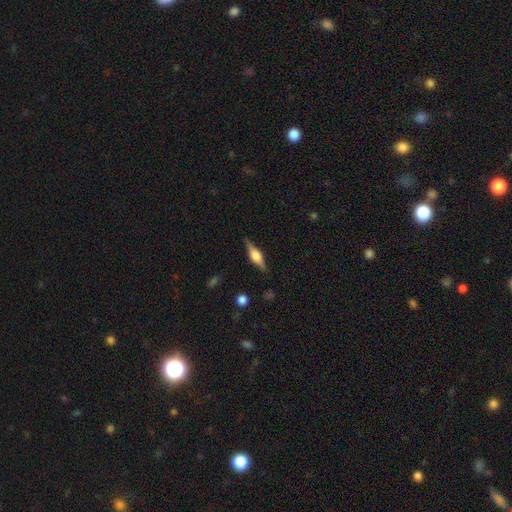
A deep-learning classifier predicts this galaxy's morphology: This appears to be a featured or disk galaxy (72%) viewed edge-on (97%) with a rounded central bulge (83%). Merging: none (85%).